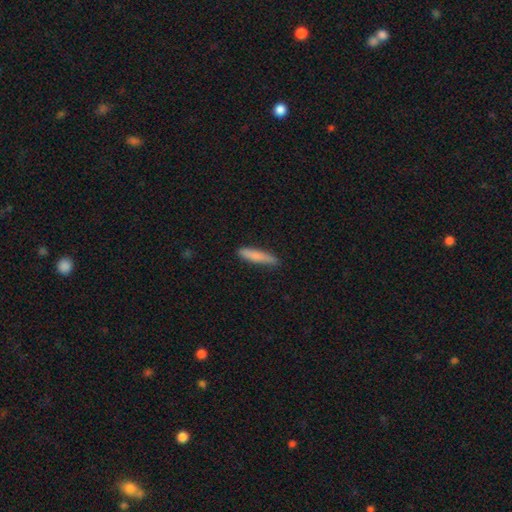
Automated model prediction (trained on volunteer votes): Morphology: type=smooth (80%); roundness=cigar-shaped (89%); merging=none (85%).